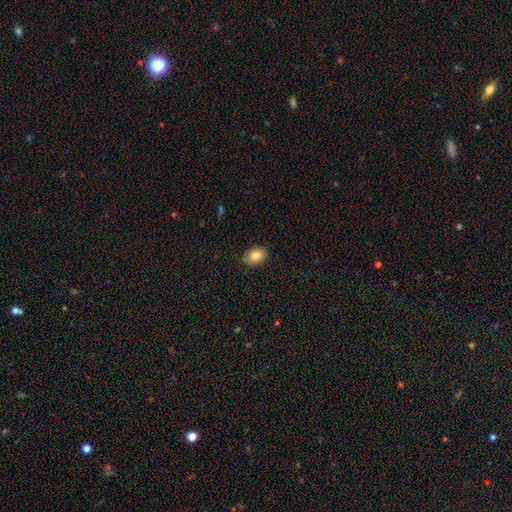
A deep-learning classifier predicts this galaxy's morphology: type=smooth (84%); roundness=in between (83%); merging=none (87%).